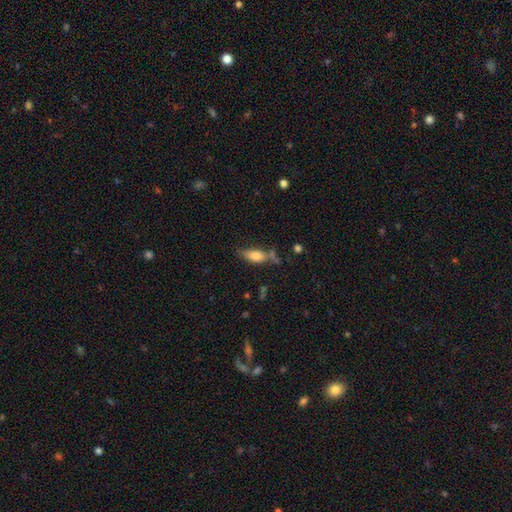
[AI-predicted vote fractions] Morphology: type=smooth (74%); roundness=in between (78%); merging=none (55%).